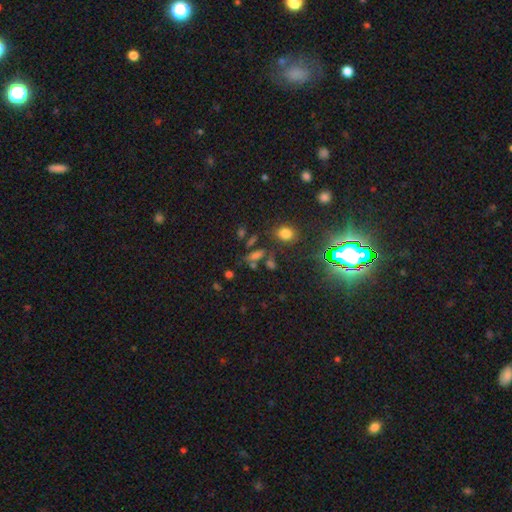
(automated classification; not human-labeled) A smooth galaxy with no disk features (53%) that is in between round and cigar-shaped (62%).

Vote fractions:
- Smooth or featured? smooth: 53% / star or artifact: 33% / featured or disk: 15%
- How rounded? in between: 62% / cigar-shaped: 23% / round: 15%
- Merging? none: 61% / merger: 17% / minor disturbance: 14% / major disturbance: 7%